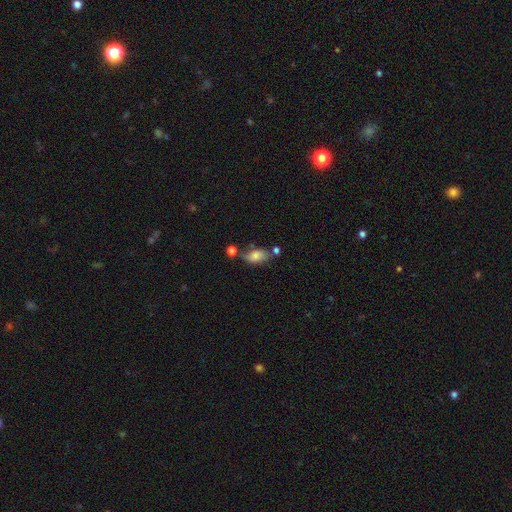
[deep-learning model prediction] Smooth or featured: smooth — 78% (featured or disk — 13%)
How rounded: in between — 90% (round — 6%)
Merging: none — 57% (minor disturbance — 20%)